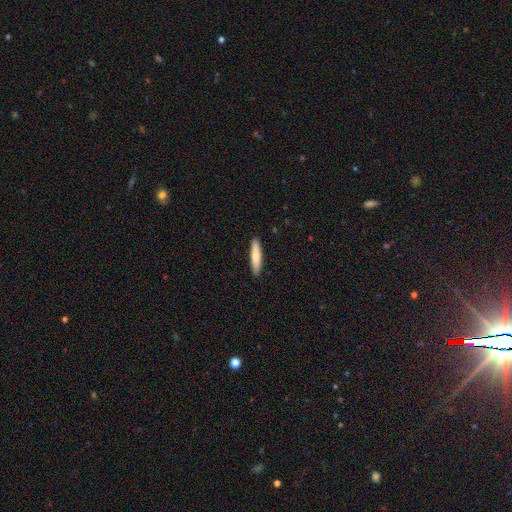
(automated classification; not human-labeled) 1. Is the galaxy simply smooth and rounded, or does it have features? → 74% smooth, 21% featured or disk, 5% star or artifact.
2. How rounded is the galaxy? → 86% cigar-shaped, 13% in between, 1% round.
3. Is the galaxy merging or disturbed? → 91% none, 7% minor disturbance, 1% major disturbance, 1% merger.